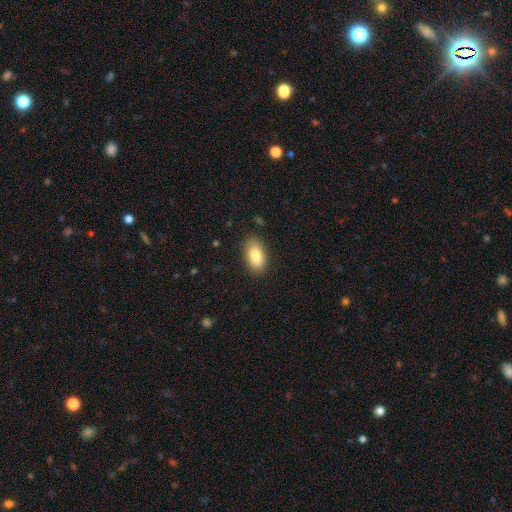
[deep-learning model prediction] smooth_or_featured: smooth (p=0.84) [alt: featured or disk p=0.09]
how_rounded: in between (p=0.92) [alt: round p=0.04]
merging: none (p=0.85) [alt: minor disturbance p=0.11]